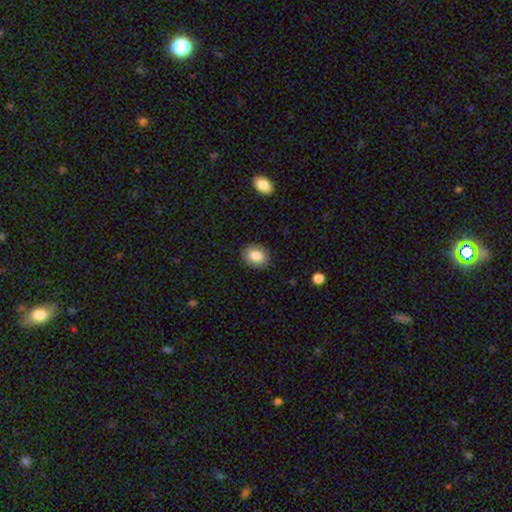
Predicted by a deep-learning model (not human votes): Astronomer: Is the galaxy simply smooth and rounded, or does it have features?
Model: smooth — 85%.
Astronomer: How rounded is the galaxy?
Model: in between — 53% (runner-up: round, 46%).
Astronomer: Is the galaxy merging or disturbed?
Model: none — 89%.